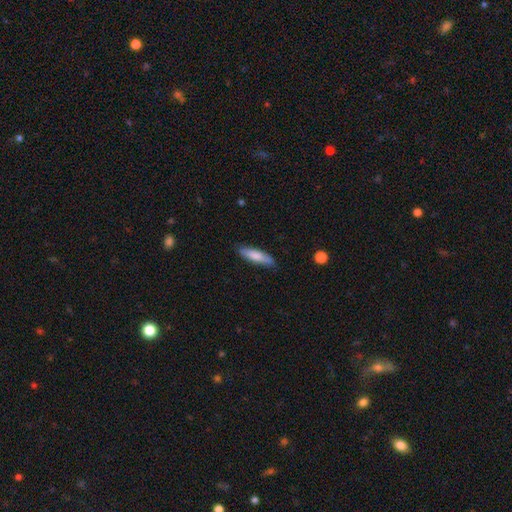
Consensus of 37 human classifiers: smooth-or-featured: smooth: 84% | featured or disk: 16% | star or artifact: 0%
  how-rounded: cigar-shaped: 74% | in between: 26% | round: 0%
  merging: none: 81% | minor disturbance: 19% | major disturbance: 0% | merger: 0%